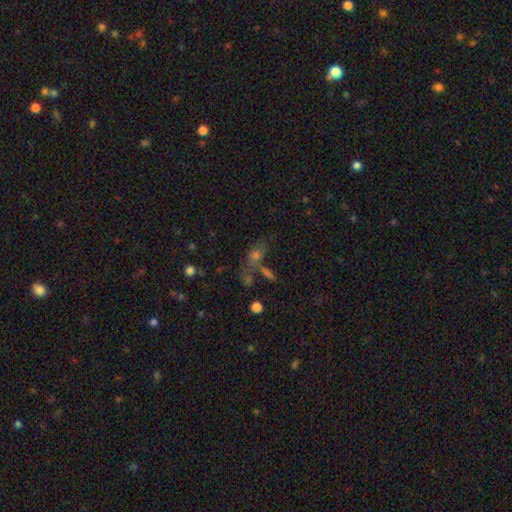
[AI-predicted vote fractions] Overall: smooth (50%; star or artifact 27%). How rounded: in between (69%). Merging: none (40%; merger 33%).